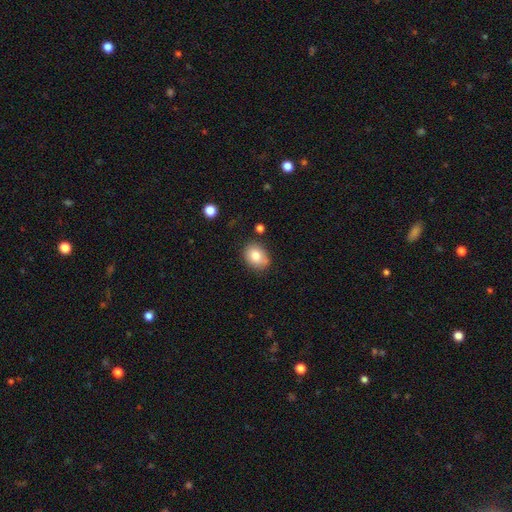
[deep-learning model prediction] This appears to be a smooth galaxy with no disk features (81%) that is in between round and cigar-shaped (61%). Merging: none (75%).